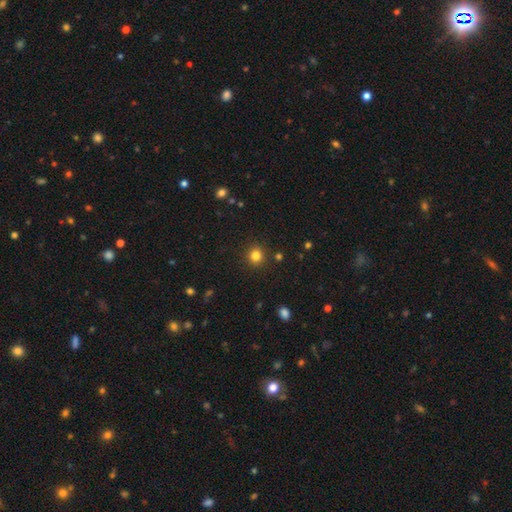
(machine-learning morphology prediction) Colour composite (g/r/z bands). It shows a smooth galaxy with no disk features (82%) that is round (91%). Merging: none (90%).